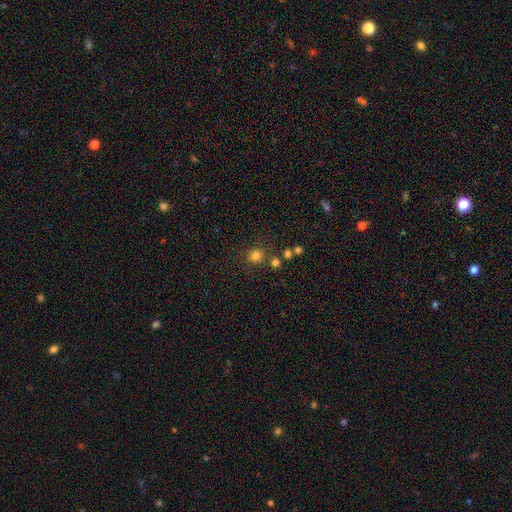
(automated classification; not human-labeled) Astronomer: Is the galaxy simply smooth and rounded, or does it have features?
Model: smooth — 80%.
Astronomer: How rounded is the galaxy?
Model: round — 83%.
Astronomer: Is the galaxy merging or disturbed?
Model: none — 77%.